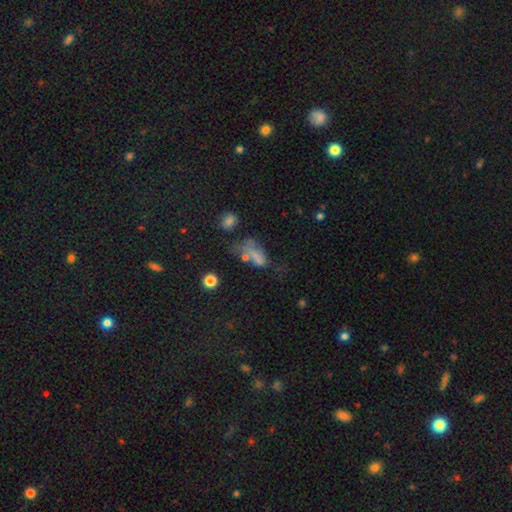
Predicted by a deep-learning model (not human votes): Smooth or featured?
  - smooth: 57% *
  - featured or disk: 23%
  - star or artifact: 19%
How rounded?
  - in between: 71% *
  - cigar-shaped: 19%
  - round: 10%
Merging?
  - major disturbance: 34% *
  - none: 26%
  - minor disturbance: 20%
  - merger: 20%